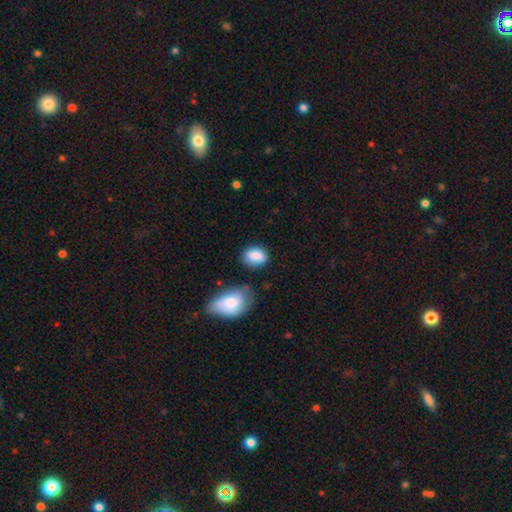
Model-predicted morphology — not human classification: The model was most divided on "merging": none: 67%, minor disturbance: 21%, merger: 7%, major disturbance: 5%. More confident: smooth or featured — smooth (87%); how rounded — in between (77%).